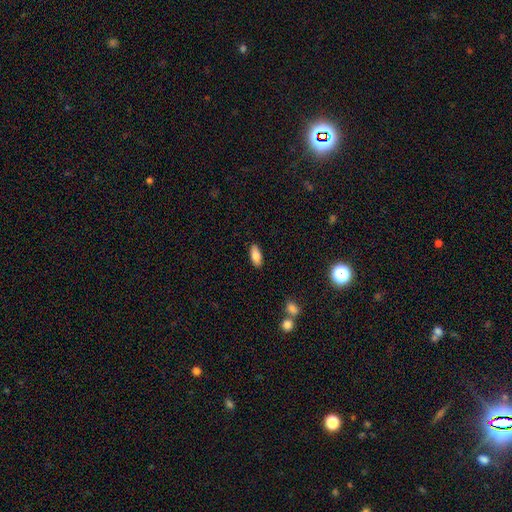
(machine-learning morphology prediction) Overall: smooth (83%). How rounded: in between (84%). Merging: none (88%).